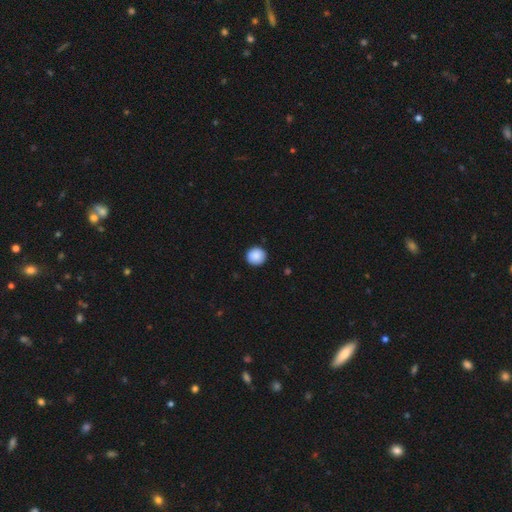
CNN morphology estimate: Smooth or featured: smooth — 89% (star or artifact — 8%)
How rounded: round — 93% (in between — 6%)
Merging: none — 91% (minor disturbance — 7%)